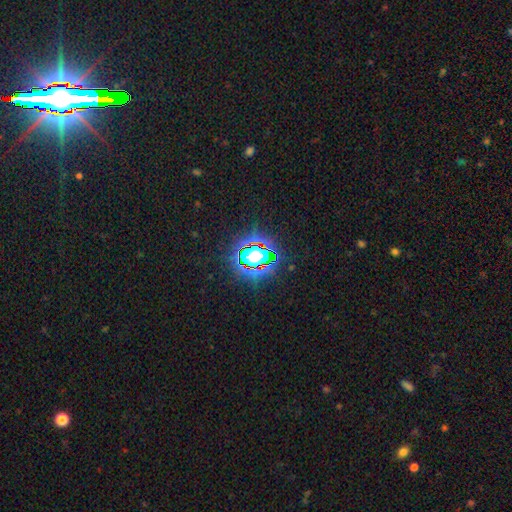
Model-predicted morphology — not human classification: Smooth or featured? Predicted: star or artifact (p=0.66).